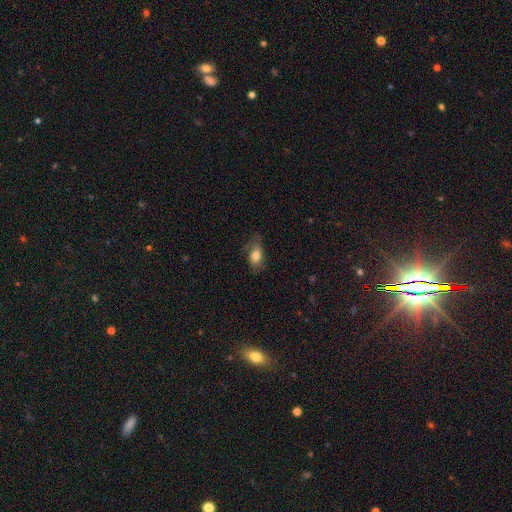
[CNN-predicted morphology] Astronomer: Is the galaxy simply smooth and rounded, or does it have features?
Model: smooth — 75%.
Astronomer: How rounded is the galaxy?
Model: in between — 84%.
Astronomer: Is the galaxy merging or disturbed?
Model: none — 56%.